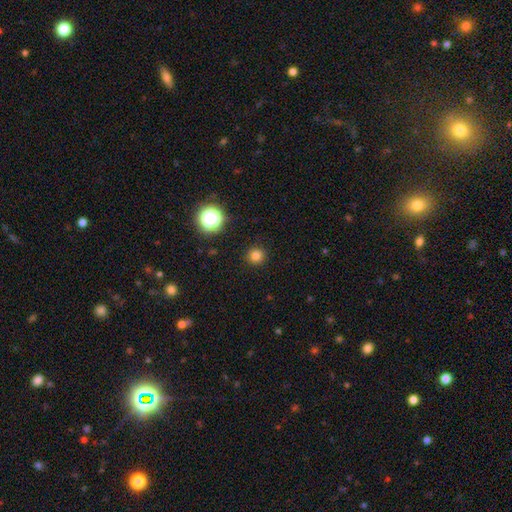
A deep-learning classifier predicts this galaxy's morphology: A smooth galaxy with no disk features (79%) that is round (94%).

Vote fractions:
- Smooth or featured? smooth: 79% / star or artifact: 16% / featured or disk: 5%
- How rounded? round: 94% / in between: 5% / cigar-shaped: 1%
- Merging? none: 92% / minor disturbance: 5% / major disturbance: 2% / merger: 1%